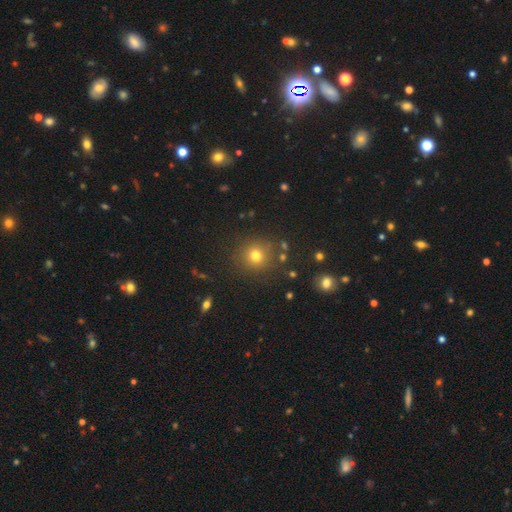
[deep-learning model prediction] Overall: smooth (75%). How rounded: round (91%). Merging: none (85%).